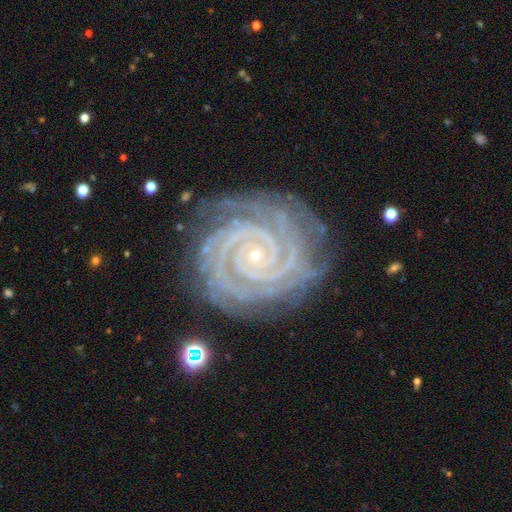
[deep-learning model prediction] featured or disk 94%, star or artifact 4%, smooth 2%. Down the decision tree: edge-on disk — no (98%); bar — no (75%); spiral arms — yes (99%); spiral arm count — 2 (41%); spiral winding — tight (92%); bulge size — small (91%); merging — none (84%).